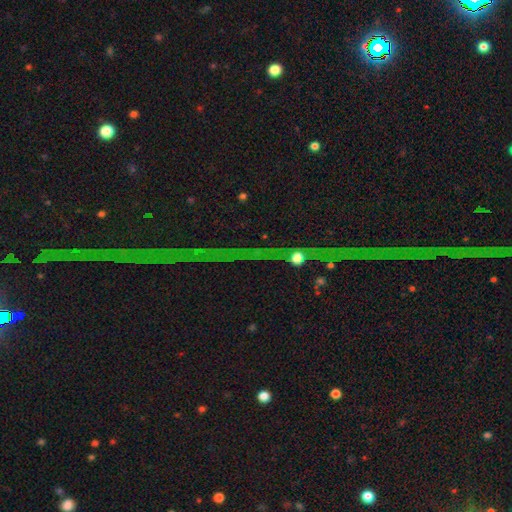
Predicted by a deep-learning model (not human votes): smooth_or_featured: star or artifact (p=0.81) [alt: featured or disk p=0.11]